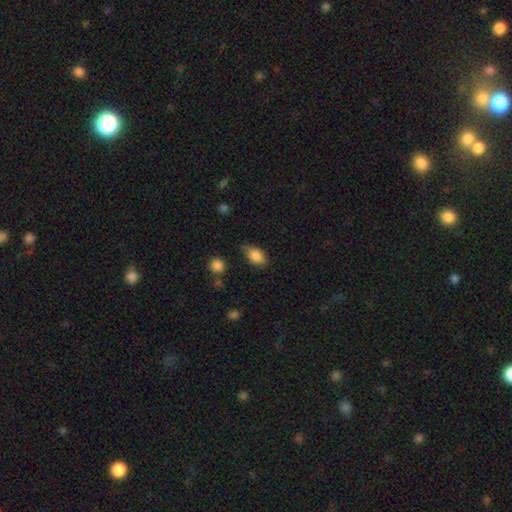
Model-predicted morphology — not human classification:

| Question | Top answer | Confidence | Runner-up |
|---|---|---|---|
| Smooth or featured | smooth | 84% | star or artifact (8%) |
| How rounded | in between | 87% | round (9%) |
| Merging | none | 70% | minor disturbance (23%) |